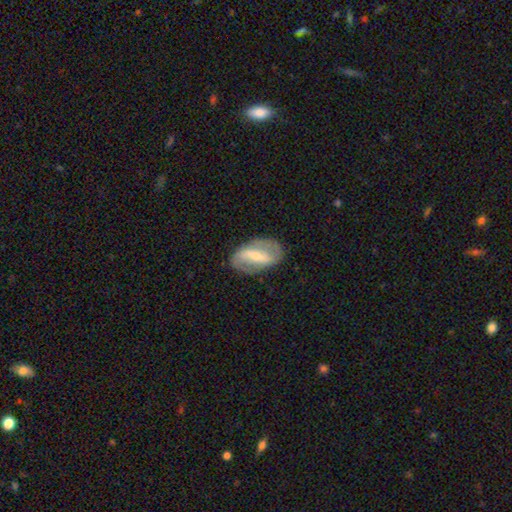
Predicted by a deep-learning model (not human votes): Smooth or featured: featured or disk — 74% (smooth — 20%)
Edge-on disk: no — 93% (yes — 7%)
Bar: strong — 64% (weak — 26%)
Spiral arms: yes — 73% (no — 27%)
Bulge size: small — 54% (moderate — 40%)
Merging: none — 80% (minor disturbance — 14%)